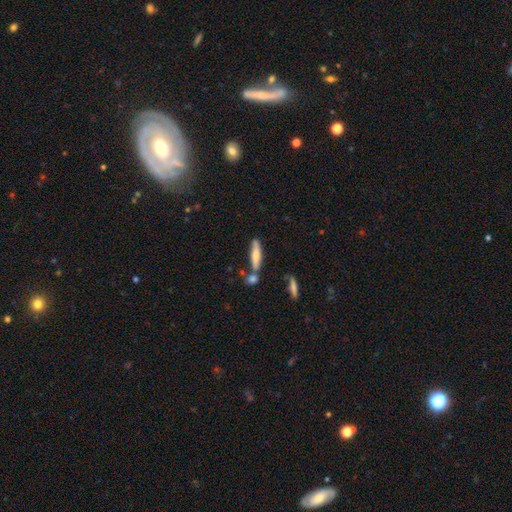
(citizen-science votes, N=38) Smooth or featured?
  - smooth: 55% *
  - featured or disk: 37%
  - star or artifact: 8%
How rounded?
  - cigar-shaped: 81% *
  - in between: 19%
  - round: 0%
Merging?
  - none: 66% *
  - merger: 20%
  - minor disturbance: 11%
  - major disturbance: 3%